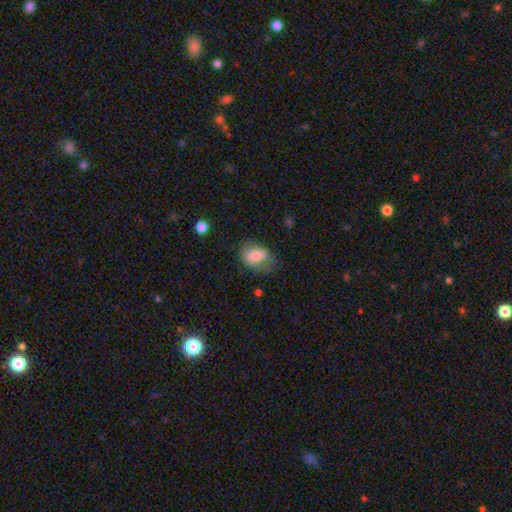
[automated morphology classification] This appears to be a smooth galaxy with no disk features (71%) that is in between round and cigar-shaped (73%). Merging: none (49%).